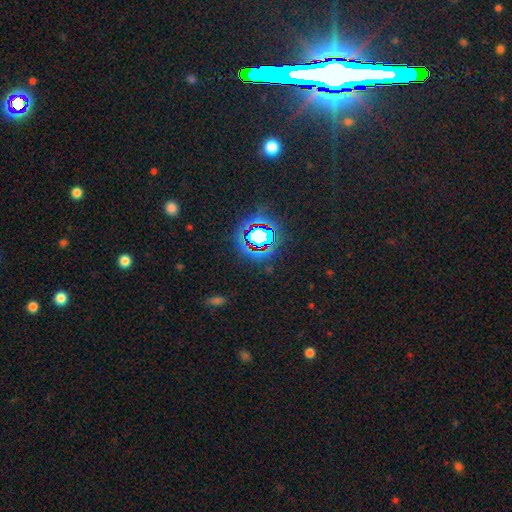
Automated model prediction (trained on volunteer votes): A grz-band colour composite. It shows a star or artifact, not a galaxy (79%).